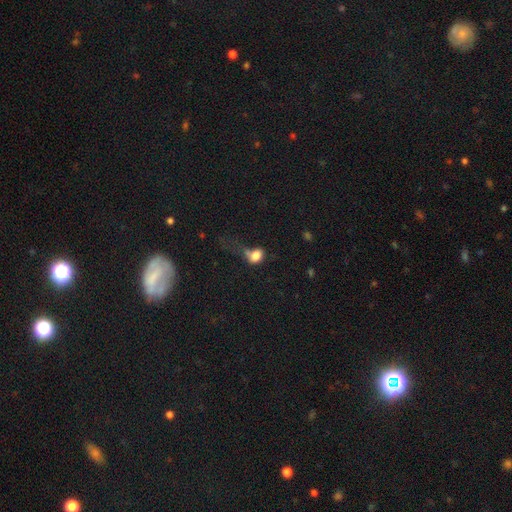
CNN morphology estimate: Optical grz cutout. It shows a smooth galaxy with no disk features (77%) that is in between round and cigar-shaped (63%). Merging: major disturbance (44%).